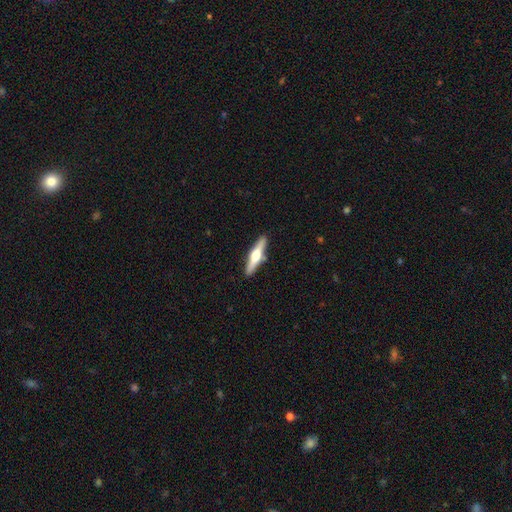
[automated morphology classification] Smooth or featured? featured or disk (59%)
Edge-on disk? yes (96%)
Edge-on bulge? rounded (94%)
Merging? none (88%)